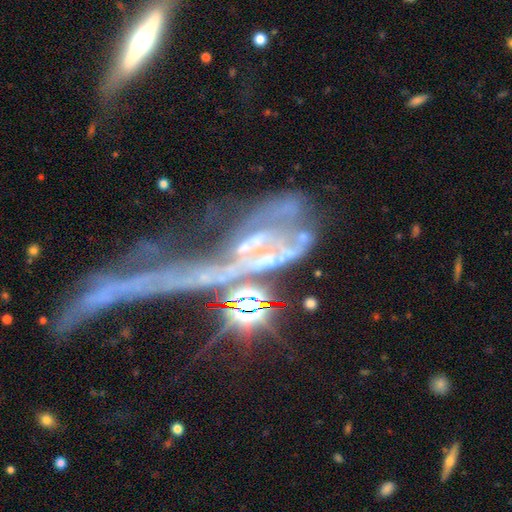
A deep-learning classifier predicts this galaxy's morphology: smooth-or-featured: featured or disk: 54% | star or artifact: 32% | smooth: 14%
  disk-edge-on: no: 78% | yes: 22%
  merging: major disturbance: 35% (tied) | merger: 35% (tied) | none: 18% | minor disturbance: 11%